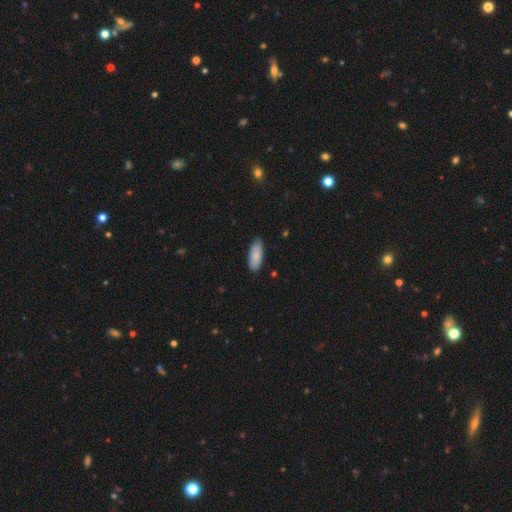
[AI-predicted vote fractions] Smooth or featured? smooth (85%)
How rounded? in between (79%)
Merging? none (86%)